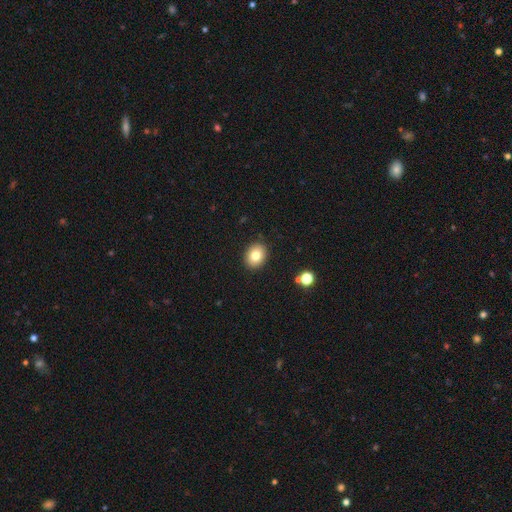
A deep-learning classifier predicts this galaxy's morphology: Overall: smooth (79%). How rounded: round (54%; in between 45%). Merging: none (90%).